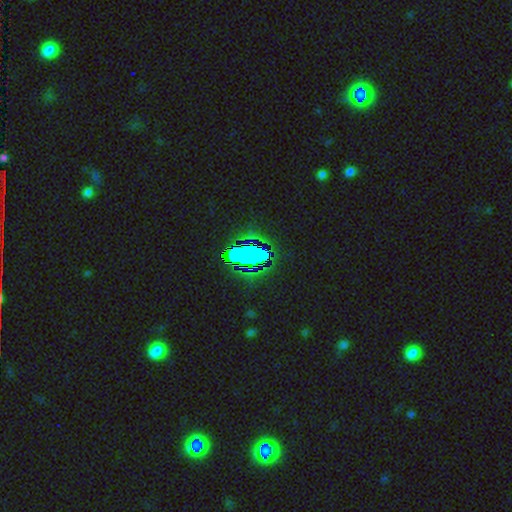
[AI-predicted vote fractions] Overall: star or artifact (75%).